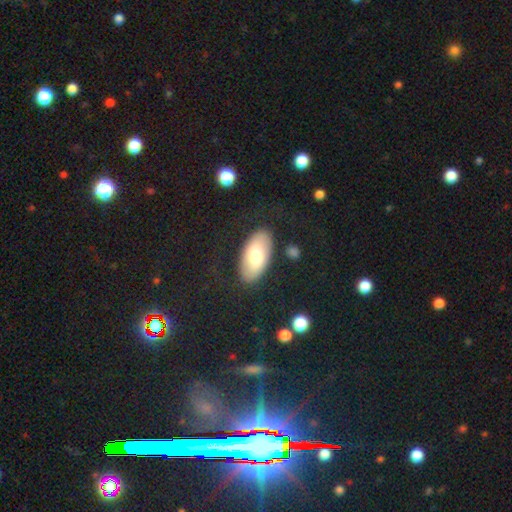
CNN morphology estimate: smooth_or_featured: smooth (p=0.69) [alt: featured or disk p=0.25]
how_rounded: in between (p=0.94) [alt: cigar-shaped p=0.03]
merging: none (p=0.84) [alt: minor disturbance p=0.10]